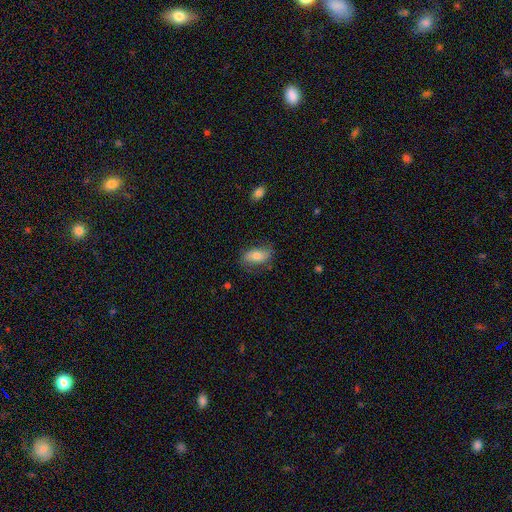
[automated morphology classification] Smooth or featured?
  - smooth: 69% *
  - featured or disk: 24%
  - star or artifact: 7%
How rounded?
  - in between: 88% *
  - cigar-shaped: 7%
  - round: 5%
Merging?
  - none: 72% *
  - minor disturbance: 20%
  - major disturbance: 6%
  - merger: 1%